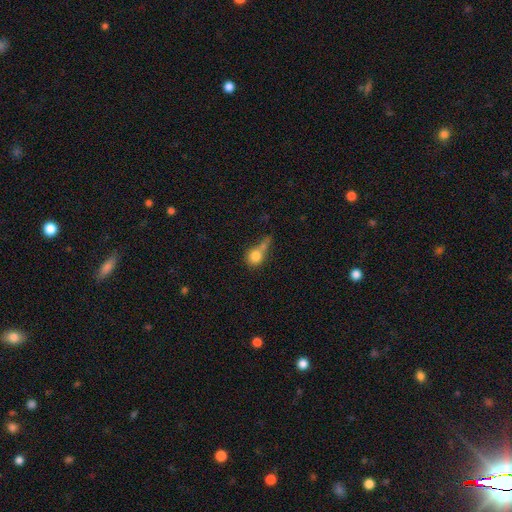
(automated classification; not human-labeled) A smooth galaxy with no disk features (77%) that is round (71%).

Vote fractions:
- Smooth or featured? smooth: 77% / featured or disk: 13% / star or artifact: 10%
- How rounded? round: 71% / in between: 25% / cigar-shaped: 3%
- Merging? merger: 41% / none: 27% / minor disturbance: 17% / major disturbance: 15%